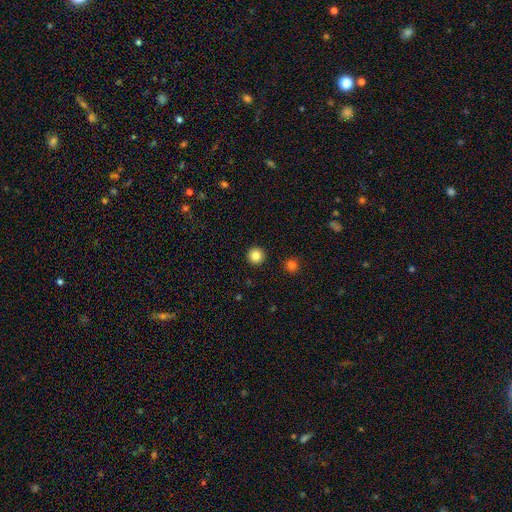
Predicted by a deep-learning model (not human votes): This is clearly a smooth galaxy (85%). How rounded: clearly round (96%). Merging: clearly none (94%).